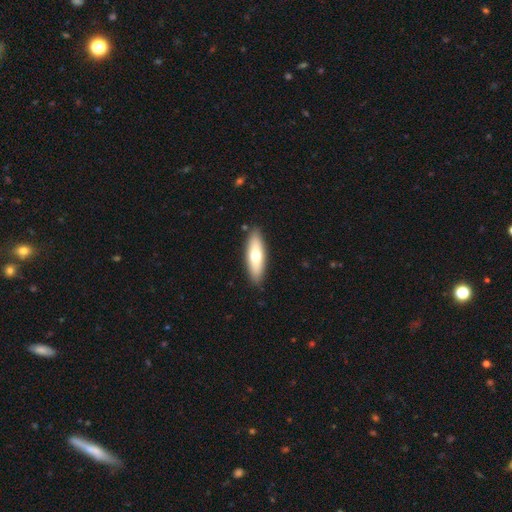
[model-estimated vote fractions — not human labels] Morphology: type=smooth (62%); roundness=in between (51%); merging=none (88%).